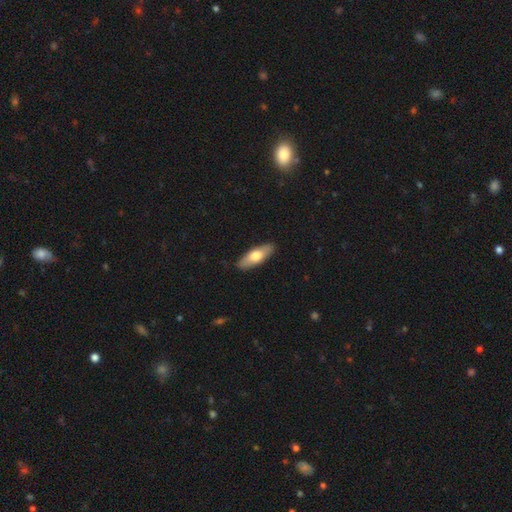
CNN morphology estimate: smooth_or_featured: smooth (p=0.65) [alt: featured or disk p=0.30]
how_rounded: in between (p=0.67) [alt: cigar-shaped p=0.31]
merging: none (p=0.89) [alt: minor disturbance p=0.09]